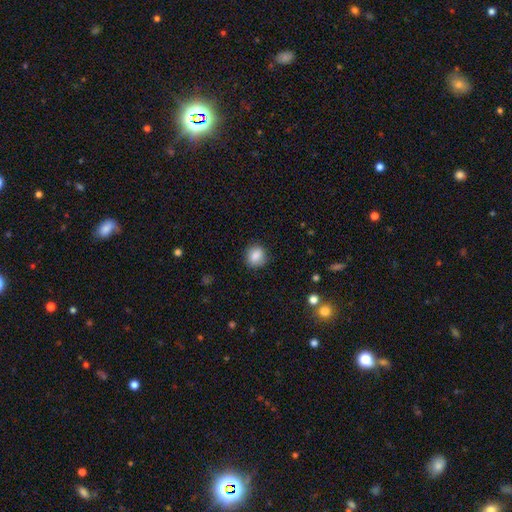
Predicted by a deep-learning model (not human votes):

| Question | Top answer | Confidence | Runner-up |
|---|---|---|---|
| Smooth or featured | smooth | 85% | star or artifact (8%) |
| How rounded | round | 80% | in between (19%) |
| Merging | none | 84% | minor disturbance (12%) |